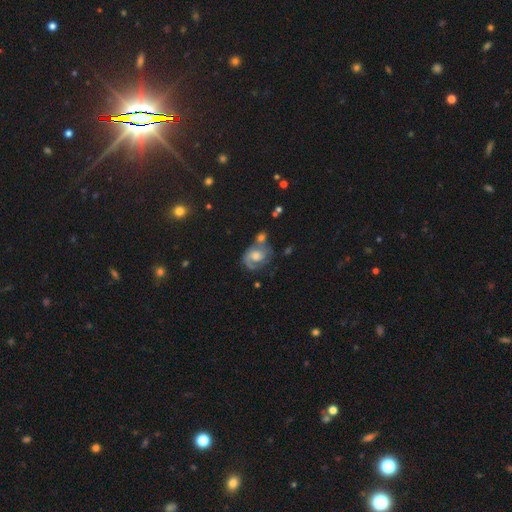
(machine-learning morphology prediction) Smooth or featured? featured or disk (72%)
Edge-on disk? no (97%)
Bar? no (65%)
Spiral arms? yes (91%)
Spiral winding? tight (44%)
Spiral arm count? 2 (54%)
Bulge size? moderate (54%)
Merging? none (47%)